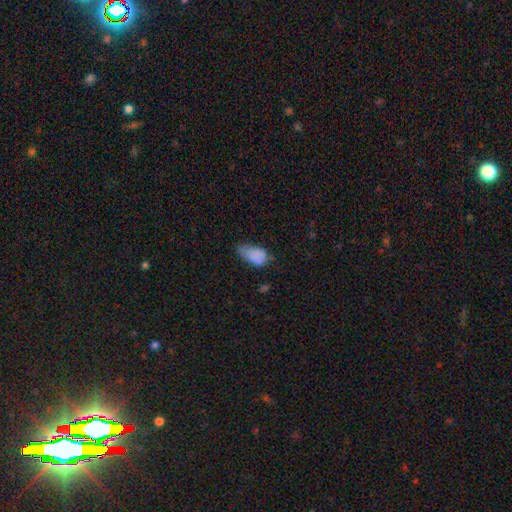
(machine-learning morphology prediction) Q: Smooth or featured?
A: smooth (82%); runner-up: featured or disk (9%)
Q: How rounded?
A: in between (92%); runner-up: round (5%)
Q: Merging?
A: minor disturbance (44%); runner-up: none (34%)